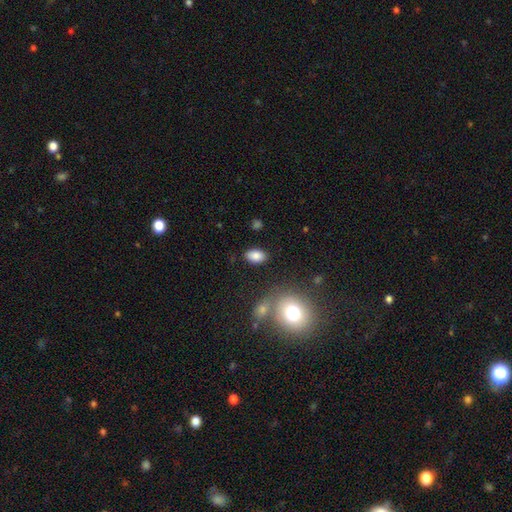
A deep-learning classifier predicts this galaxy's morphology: The model was most divided on "smooth or featured": smooth: 84%, star or artifact: 10%, featured or disk: 7%. More confident: how rounded — in between (89%); merging — none (84%).